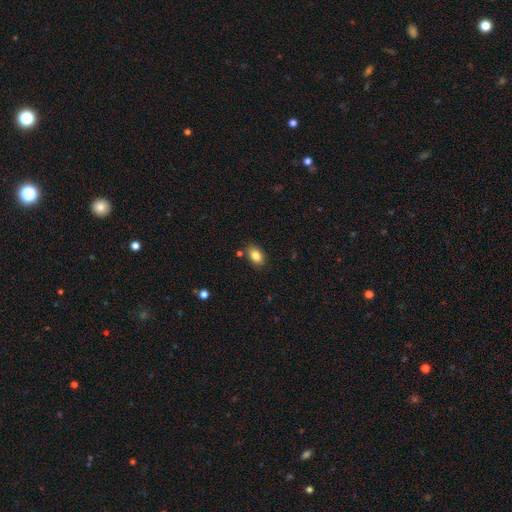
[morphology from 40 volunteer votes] Volunteers were most divided on "how rounded": in between: 89%, round: 8%, cigar-shaped: 3%. More confident: merging — none (92%); smooth or featured — smooth (90%).